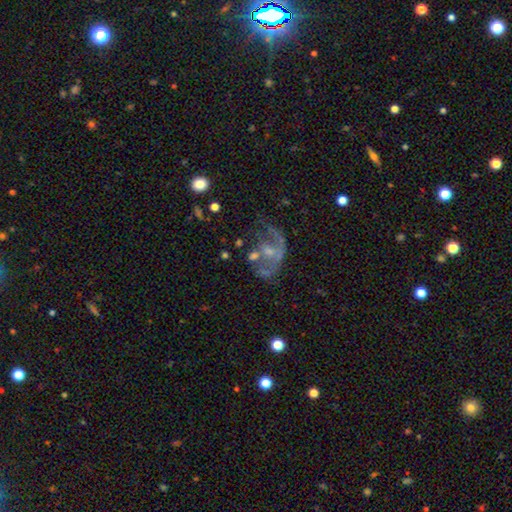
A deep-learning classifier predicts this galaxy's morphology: Smooth or featured? Predicted: featured or disk (p=0.68). Edge-on disk? Predicted: no (p=0.97). Bar? Predicted: no (p=0.69). Spiral arms? Predicted: yes (p=0.56). Bulge size? Predicted: small (p=0.44). Merging? Predicted: major disturbance (p=0.37).